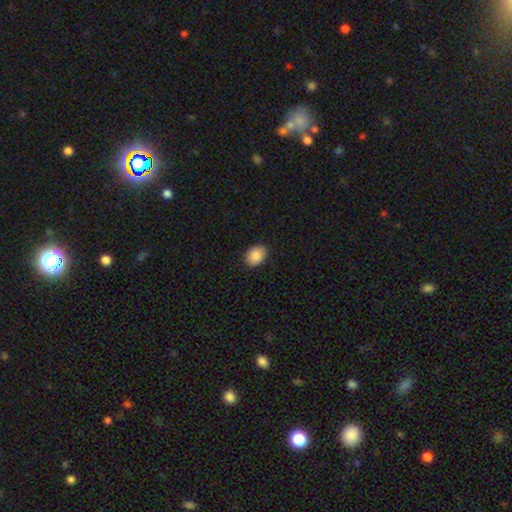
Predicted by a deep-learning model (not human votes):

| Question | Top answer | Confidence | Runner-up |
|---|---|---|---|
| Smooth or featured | smooth | 87% | star or artifact (8%) |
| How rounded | in between | 72% | round (27%) |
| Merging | none | 88% | minor disturbance (9%) |